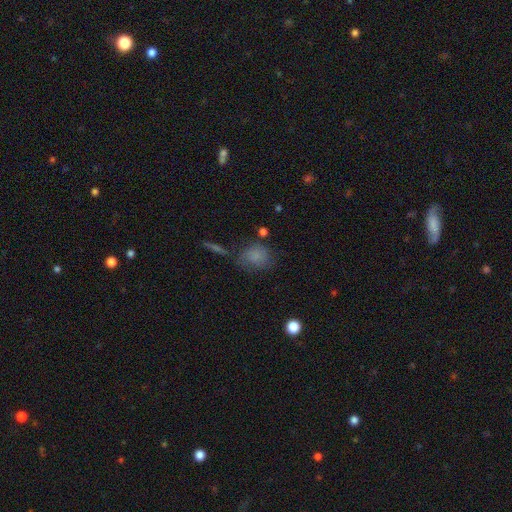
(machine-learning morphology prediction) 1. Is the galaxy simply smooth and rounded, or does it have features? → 75% smooth, 13% featured or disk, 12% star or artifact.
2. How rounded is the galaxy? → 54% in between, 44% round, 2% cigar-shaped.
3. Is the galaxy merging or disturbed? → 56% none, 26% minor disturbance, 12% major disturbance, 6% merger.